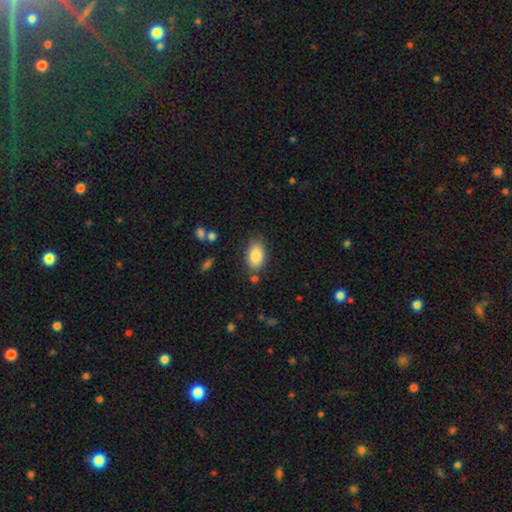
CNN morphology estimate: A smooth galaxy with no disk features (86%) that is in between round and cigar-shaped (92%).

Vote fractions:
- Smooth or featured? smooth: 86% / featured or disk: 7% / star or artifact: 7%
- How rounded? in between: 92% / round: 7% / cigar-shaped: 2%
- Merging? none: 78% / minor disturbance: 14% / merger: 4% / major disturbance: 4%